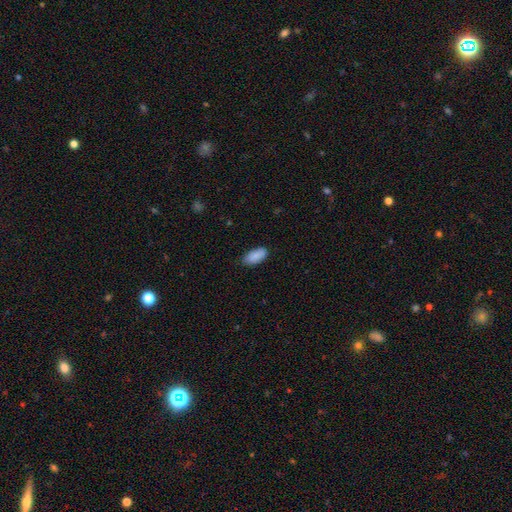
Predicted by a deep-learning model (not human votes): The model was most divided on "merging": none: 80%, minor disturbance: 16%, major disturbance: 2%, merger: 1%. More confident: how rounded — in between (93%); smooth or featured — smooth (88%).